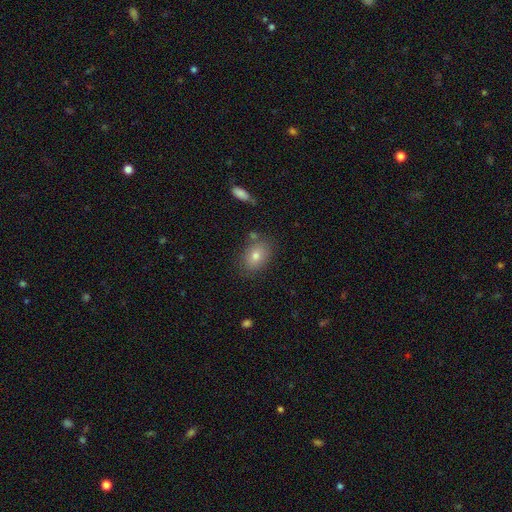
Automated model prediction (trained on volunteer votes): smooth 77%, featured or disk 13%, star or artifact 10%. Down the decision tree: how rounded — in between (75%); merging — none (80%).